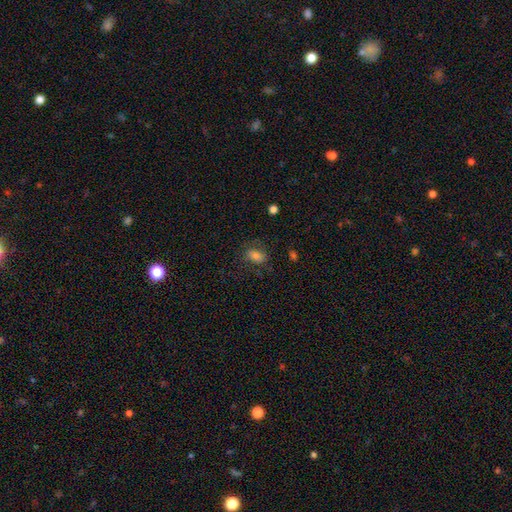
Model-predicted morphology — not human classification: smooth 67%, featured or disk 21%, star or artifact 12%. Down the decision tree: how rounded — in between (76%); merging — none (68%).